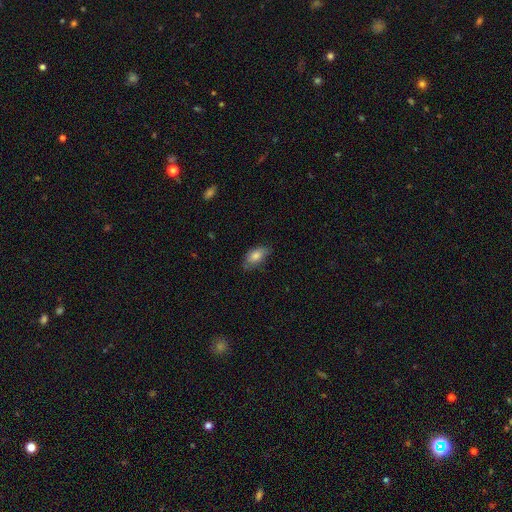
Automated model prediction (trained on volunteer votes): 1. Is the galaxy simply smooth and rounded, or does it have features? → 79% smooth, 14% featured or disk, 7% star or artifact.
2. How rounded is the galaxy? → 90% in between, 6% cigar-shaped, 4% round.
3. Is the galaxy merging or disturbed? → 68% none, 25% minor disturbance, 5% major disturbance, 1% merger.